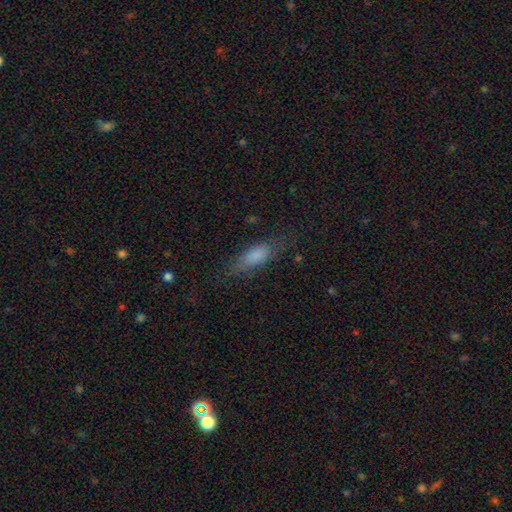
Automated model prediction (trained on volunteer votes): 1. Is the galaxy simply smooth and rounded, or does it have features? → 76% smooth, 16% featured or disk, 8% star or artifact.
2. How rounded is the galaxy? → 58% in between, 39% cigar-shaped, 3% round.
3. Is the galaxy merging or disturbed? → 68% none, 21% minor disturbance, 10% major disturbance, 2% merger.